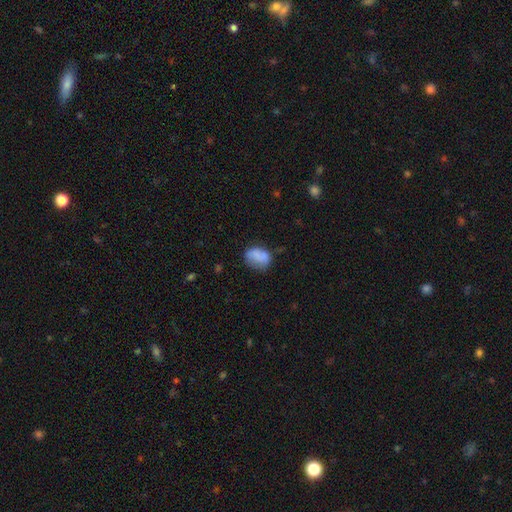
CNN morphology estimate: Overall: smooth (77%). How rounded: in between (71%). Merging: none (55%; minor disturbance 30%).